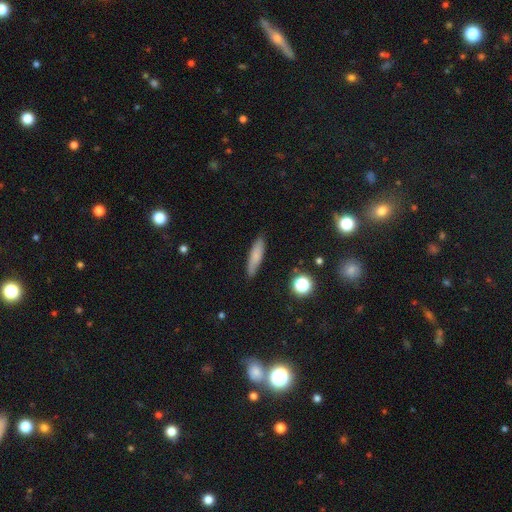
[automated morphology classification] Smooth or featured: smooth — 78% (featured or disk — 14%)
How rounded: cigar-shaped — 76% (in between — 22%)
Merging: none — 86% (minor disturbance — 11%)